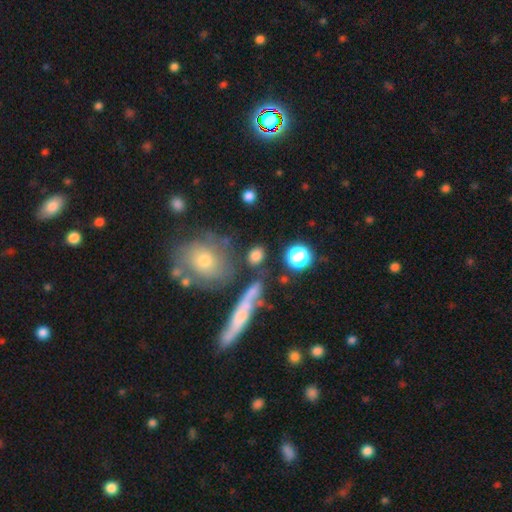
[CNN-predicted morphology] The model was most divided on "how rounded": in between: 48%, round: 46%, cigar-shaped: 5%. More confident: smooth or featured — smooth (78%); merging — none (72%).